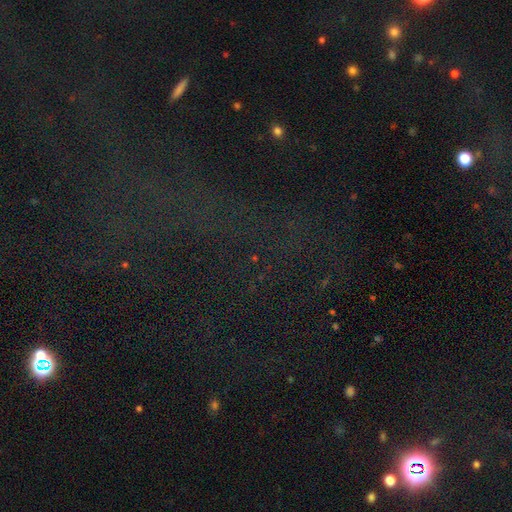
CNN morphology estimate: This appears to be a star or artifact, not a galaxy (73%).